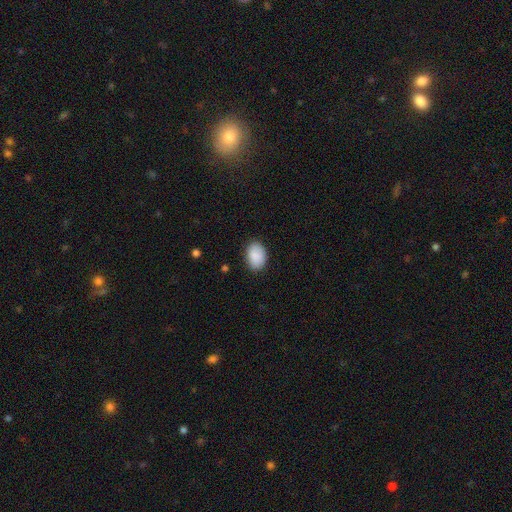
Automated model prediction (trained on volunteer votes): Overall: smooth (89%). How rounded: in between (83%). Merging: none (84%).